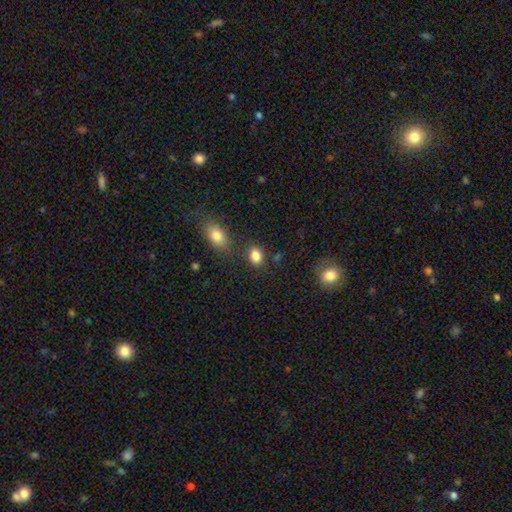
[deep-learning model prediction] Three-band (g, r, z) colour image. It shows a smooth galaxy with no disk features (85%) that is in between round and cigar-shaped (65%). Merging: none (78%).